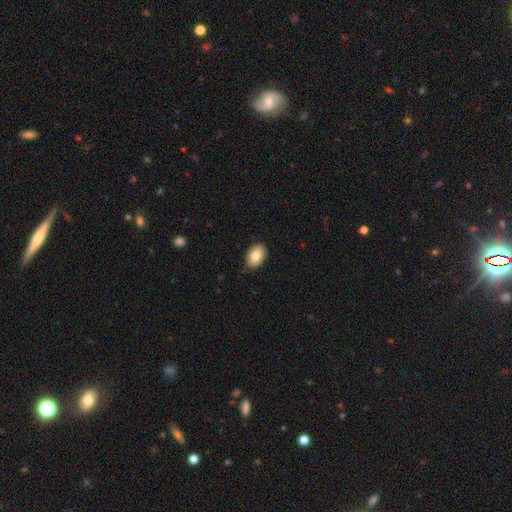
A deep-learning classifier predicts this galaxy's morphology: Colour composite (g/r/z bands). It shows a smooth galaxy with no disk features (82%) that is in between round and cigar-shaped (87%). Merging: none (87%).